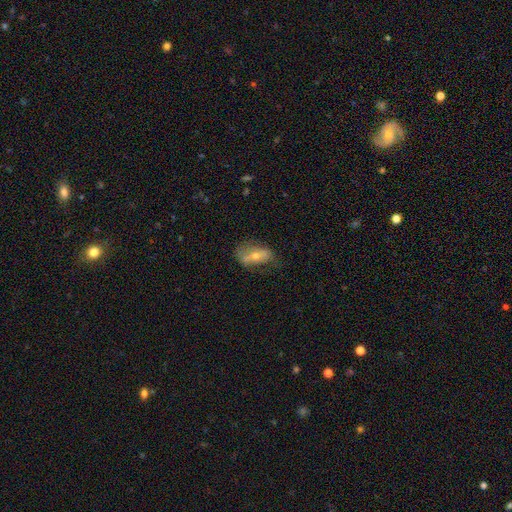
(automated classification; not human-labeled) smooth_or_featured: featured or disk (p=0.52) [alt: smooth p=0.38]
disk_edge_on: no (p=0.83) [alt: yes p=0.17]
merging: none (p=0.58) [alt: minor disturbance p=0.27]